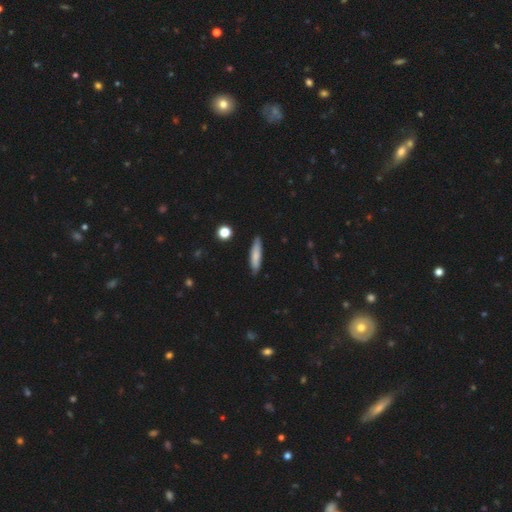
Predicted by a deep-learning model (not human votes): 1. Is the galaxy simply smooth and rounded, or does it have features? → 77% smooth, 17% featured or disk, 6% star or artifact.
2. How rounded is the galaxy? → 79% cigar-shaped, 20% in between, 2% round.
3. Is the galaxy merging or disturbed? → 86% none, 10% minor disturbance, 2% major disturbance, 2% merger.